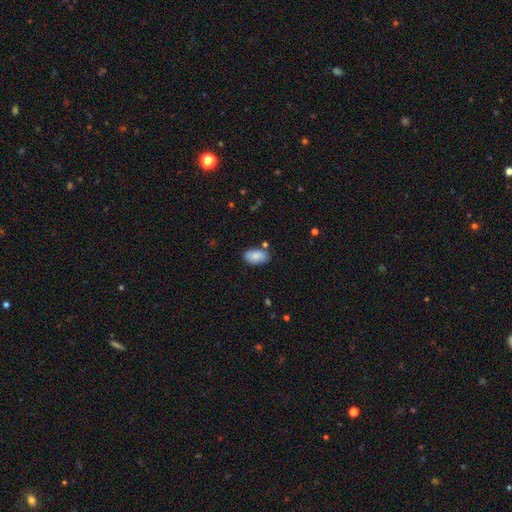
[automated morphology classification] A smooth galaxy with no disk features (85%) that is in between round and cigar-shaped (94%). Merging: none (78%).